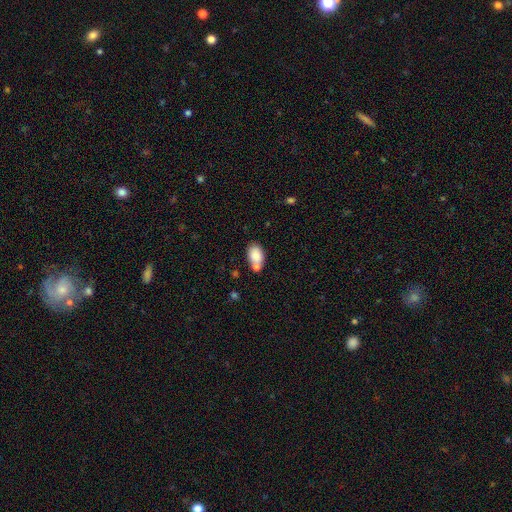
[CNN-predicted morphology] Q: Smooth or featured?
A: smooth (83%); runner-up: featured or disk (10%)
Q: How rounded?
A: in between (87%); runner-up: round (12%)
Q: Merging?
A: none (49%); runner-up: merger (32%)